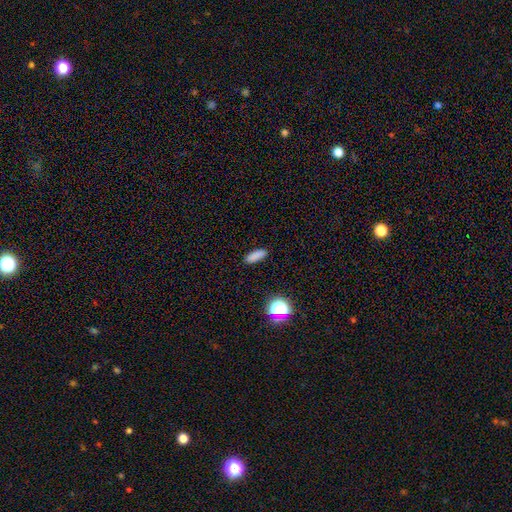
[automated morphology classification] Smooth or featured? Predicted: smooth (p=0.83). How rounded? Predicted: in between (p=0.53). Merging? Predicted: none (p=0.89).